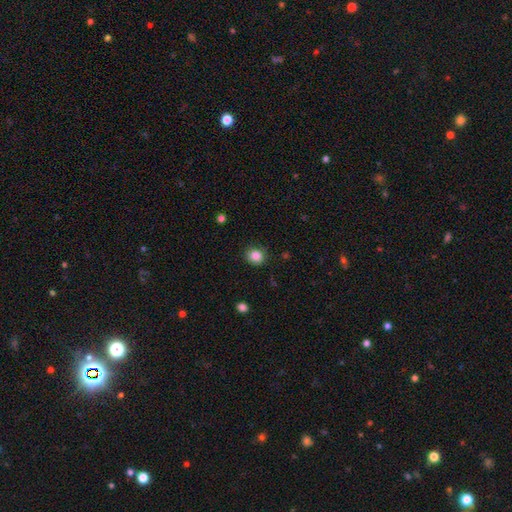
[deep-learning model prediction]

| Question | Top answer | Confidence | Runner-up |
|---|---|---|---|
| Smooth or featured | smooth | 85% | star or artifact (10%) |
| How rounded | round | 81% | in between (18%) |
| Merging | none | 84% | minor disturbance (12%) |